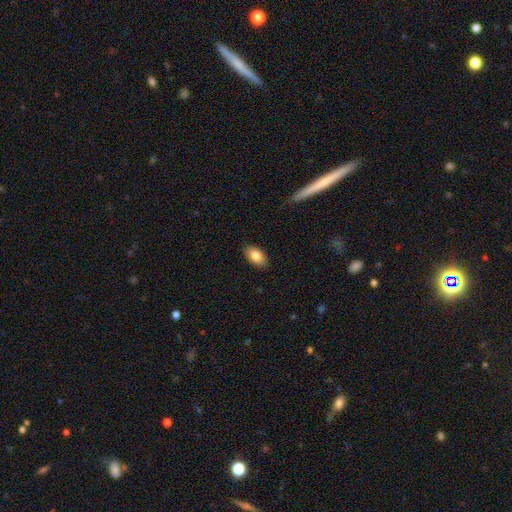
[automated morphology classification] smooth 83%, featured or disk 10%, star or artifact 7%. Down the decision tree: how rounded — in between (93%); merging — none (88%).